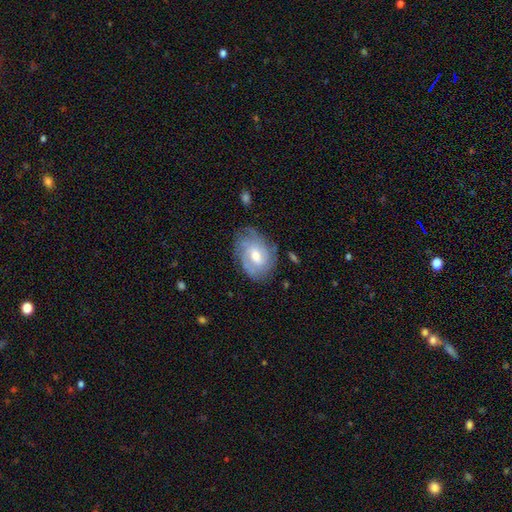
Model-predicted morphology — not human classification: type=featured or disk (76%); edge-on=no (97%); bar=weak (48%); spiral arms=yes (90%); winding=tight (59%); arm count=can't tell (38%); bulge=moderate (67%); merging=none (72%).